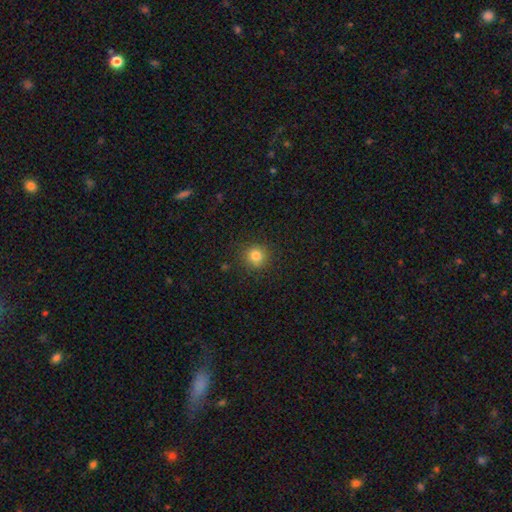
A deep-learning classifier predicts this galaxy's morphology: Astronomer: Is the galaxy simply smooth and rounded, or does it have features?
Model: smooth — 81%.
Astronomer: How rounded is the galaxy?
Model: round — 92%.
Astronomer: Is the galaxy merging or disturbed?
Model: none — 87%.